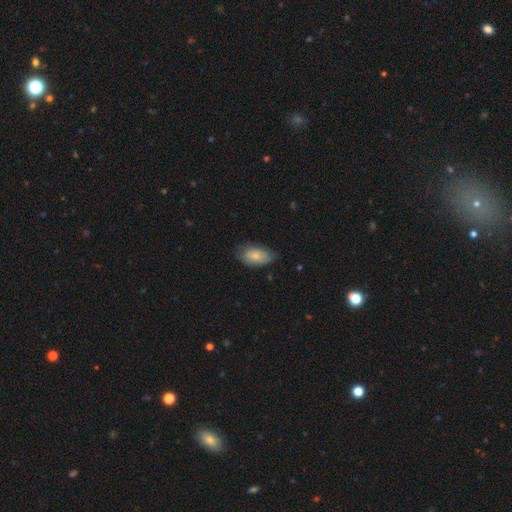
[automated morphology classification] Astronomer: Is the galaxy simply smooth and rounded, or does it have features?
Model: smooth — 78%.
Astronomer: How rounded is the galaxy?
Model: in between — 93%.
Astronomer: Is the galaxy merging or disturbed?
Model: none — 67%.